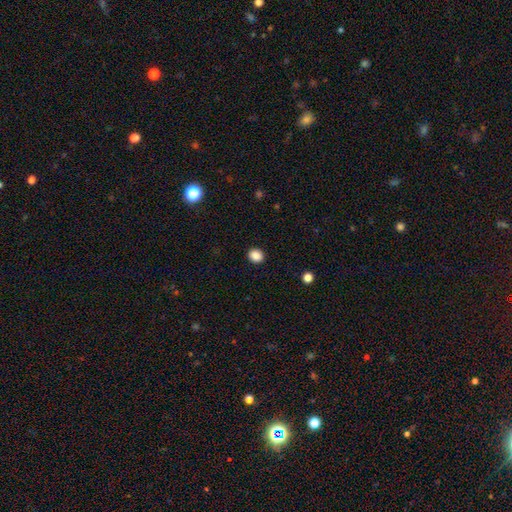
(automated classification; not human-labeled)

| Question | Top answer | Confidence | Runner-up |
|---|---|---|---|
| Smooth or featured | smooth | 87% | star or artifact (10%) |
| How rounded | round | 70% | in between (29%) |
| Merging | none | 92% | minor disturbance (6%) |